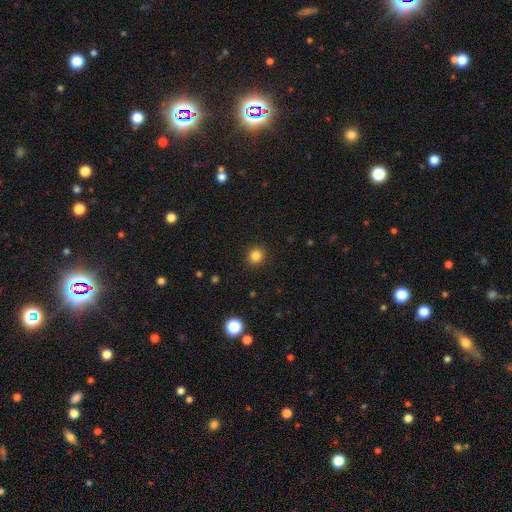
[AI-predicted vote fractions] A smooth galaxy with no disk features (84%) that is round (88%).

Vote fractions:
- Smooth or featured? smooth: 84% / star or artifact: 12% / featured or disk: 4%
- How rounded? round: 88% / in between: 11% / cigar-shaped: 1%
- Merging? none: 91% / minor disturbance: 6% / major disturbance: 2% / merger: 1%